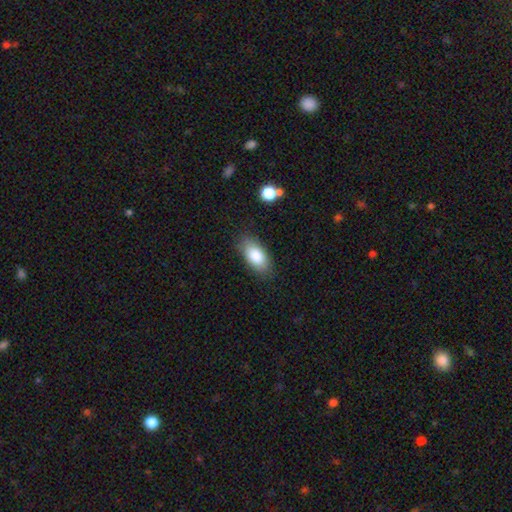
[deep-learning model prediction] This is clearly a smooth galaxy (82%). How rounded: clearly in between (92%). Merging: clearly none (83%).